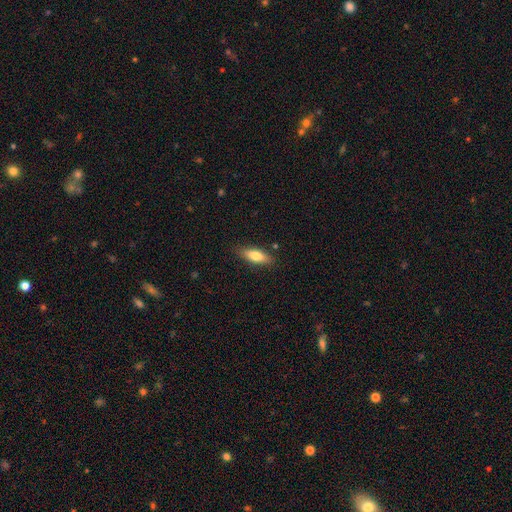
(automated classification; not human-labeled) Smooth or featured? smooth (75%)
How rounded? in between (63%)
Merging? none (84%)